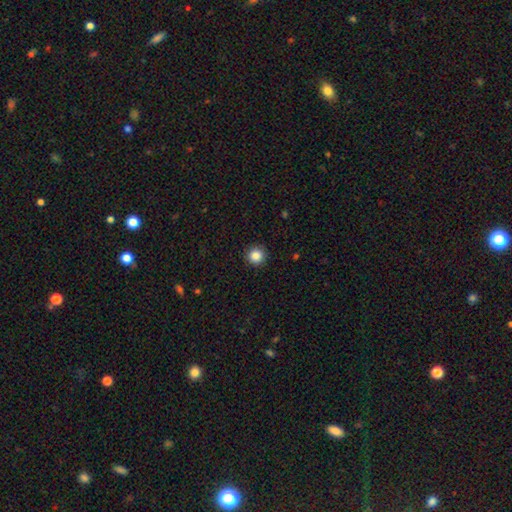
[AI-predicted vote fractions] Smooth or featured?
  - smooth: 86% *
  - star or artifact: 10%
  - featured or disk: 4%
How rounded?
  - round: 95% *
  - in between: 4%
  - cigar-shaped: 1%
Merging?
  - none: 92% *
  - minor disturbance: 5%
  - major disturbance: 2%
  - merger: 1%